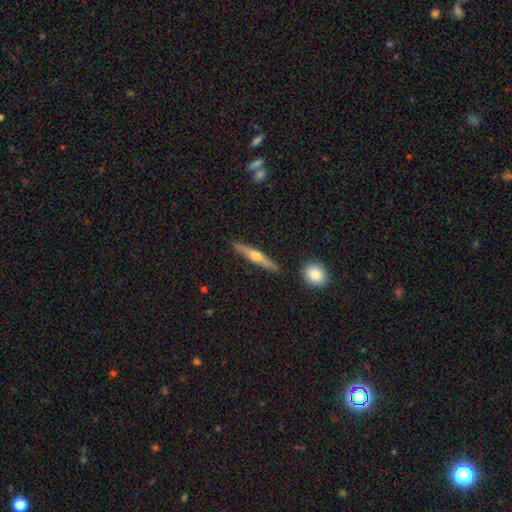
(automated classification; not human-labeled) featured or disk 63%, smooth 32%, star or artifact 6%. Down the decision tree: edge-on disk — yes (96%); edge-on bulge — rounded (91%); merging — none (88%).